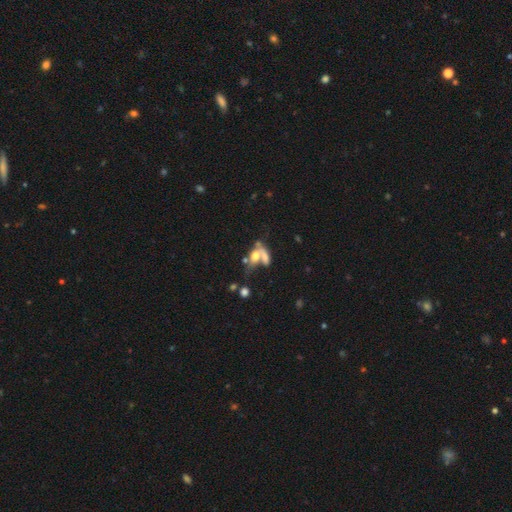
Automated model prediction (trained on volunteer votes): Q: Smooth or featured?
A: smooth (54%); runner-up: featured or disk (34%)
Q: How rounded?
A: in between (69%); runner-up: round (17%)
Q: Merging?
A: merger (55%); runner-up: none (20%)